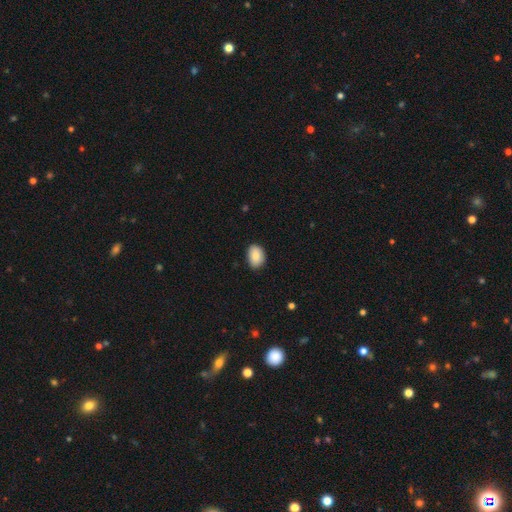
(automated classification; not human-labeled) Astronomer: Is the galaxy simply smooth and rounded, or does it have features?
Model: smooth — 82%.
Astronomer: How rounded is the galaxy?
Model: in between — 76%.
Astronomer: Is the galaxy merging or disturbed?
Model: none — 84%.